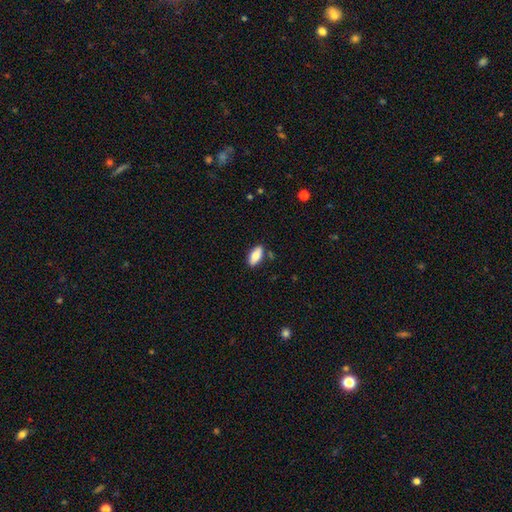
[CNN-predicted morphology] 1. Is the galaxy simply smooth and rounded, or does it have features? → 77% smooth, 16% featured or disk, 7% star or artifact.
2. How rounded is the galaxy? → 83% in between, 14% cigar-shaped, 3% round.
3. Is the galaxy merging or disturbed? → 84% none, 11% minor disturbance, 3% merger, 2% major disturbance.